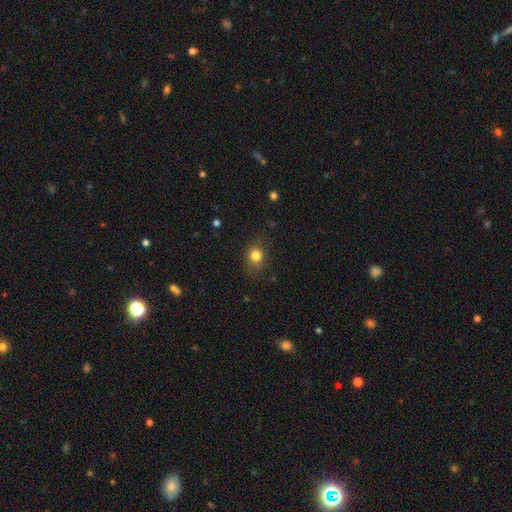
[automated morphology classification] Smooth or featured? Predicted: smooth (p=0.81). How rounded? Predicted: round (p=0.65). Merging? Predicted: none (p=0.77).